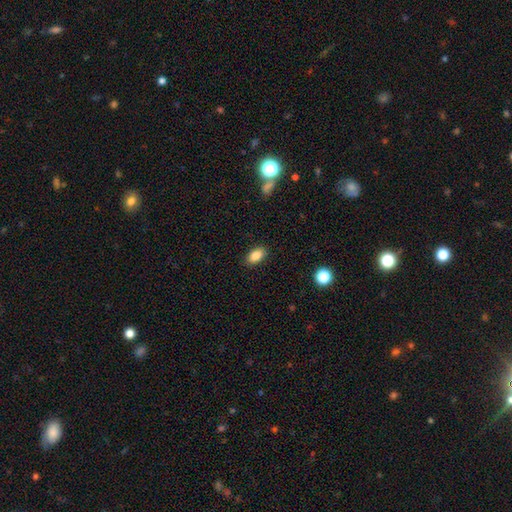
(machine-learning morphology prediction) smooth-or-featured: smooth: 86% | star or artifact: 9% | featured or disk: 6%
  how-rounded: in between: 90% | round: 6% | cigar-shaped: 4%
  merging: none: 89% | minor disturbance: 8% | major disturbance: 2% | merger: 1%